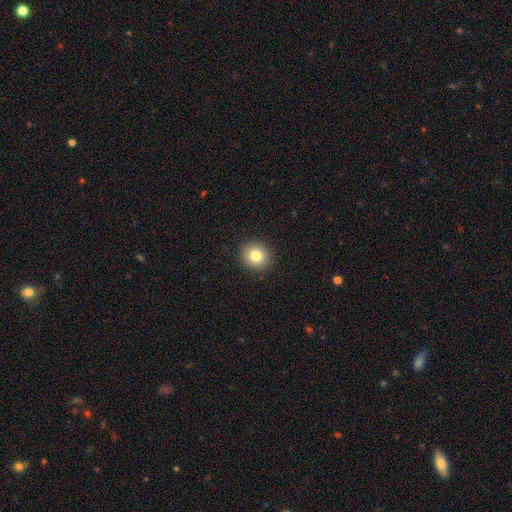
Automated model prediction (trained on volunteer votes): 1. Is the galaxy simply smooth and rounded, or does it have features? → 81% smooth, 11% star or artifact, 8% featured or disk.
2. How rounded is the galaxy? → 89% round, 10% in between, 1% cigar-shaped.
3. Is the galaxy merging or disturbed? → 92% none, 5% minor disturbance, 2% major disturbance, 1% merger.